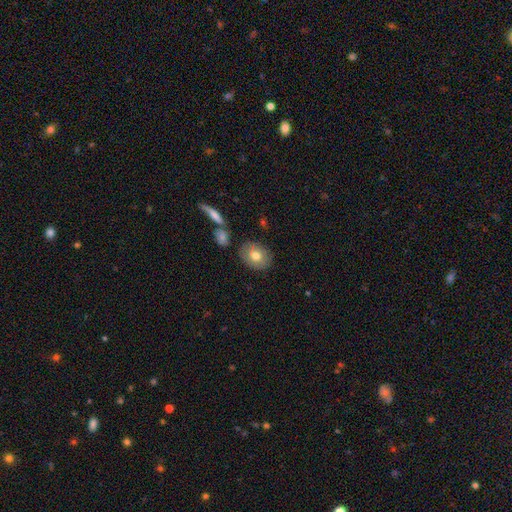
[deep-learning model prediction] Smooth or featured? Predicted: smooth (p=0.73). How rounded? Predicted: in between (p=0.53). Merging? Predicted: none (p=0.81).